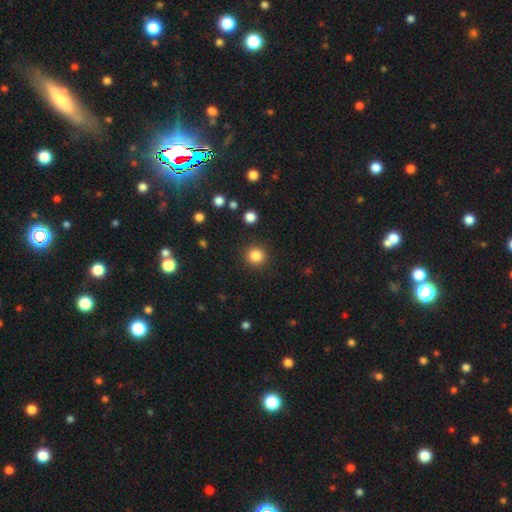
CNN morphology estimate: Smooth or featured: smooth — 84% (star or artifact — 11%)
How rounded: round — 91% (in between — 8%)
Merging: none — 90% (minor disturbance — 6%)